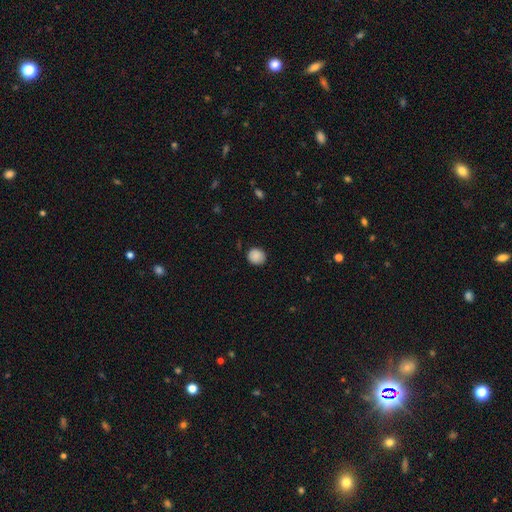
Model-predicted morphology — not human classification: smooth_or_featured: smooth (p=0.88) [alt: star or artifact p=0.09]
how_rounded: round (p=0.86) [alt: in between p=0.13]
merging: none (p=0.85) [alt: minor disturbance p=0.11]